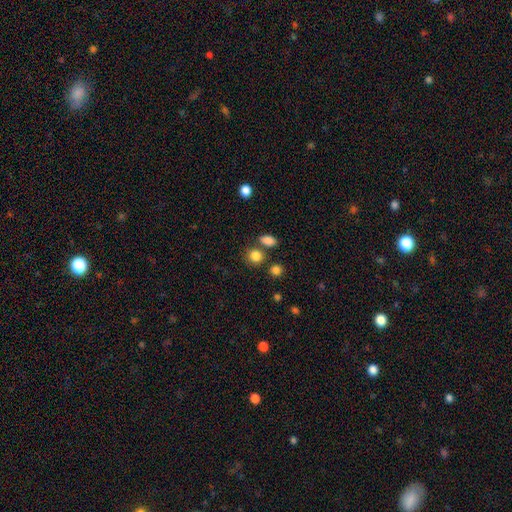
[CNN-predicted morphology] A smooth galaxy with no disk features (84%) that is round (73%). Merging: none (69%).